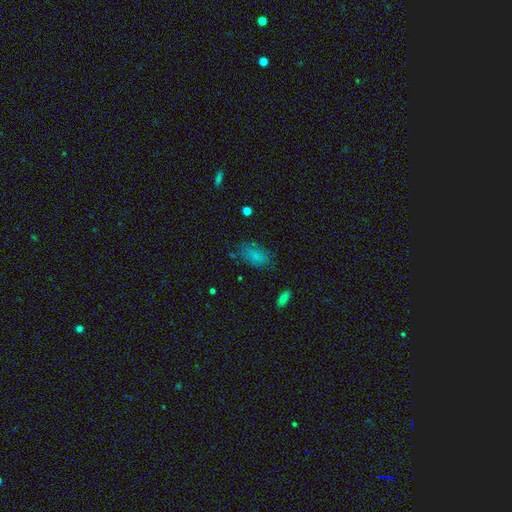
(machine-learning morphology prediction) smooth_or_featured: smooth (p=0.78) [alt: featured or disk p=0.11]
how_rounded: in between (p=0.90) [alt: round p=0.07]
merging: none (p=0.69) [alt: minor disturbance p=0.21]